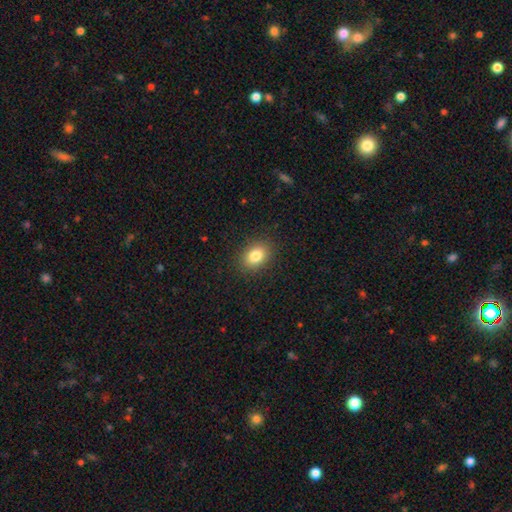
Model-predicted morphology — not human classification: A smooth galaxy with no disk features (83%) that is in between round and cigar-shaped (69%).

Vote fractions:
- Smooth or featured? smooth: 83% / star or artifact: 10% / featured or disk: 7%
- How rounded? in between: 69% / round: 30% / cigar-shaped: 1%
- Merging? none: 89% / minor disturbance: 8% / major disturbance: 3% / merger: 1%